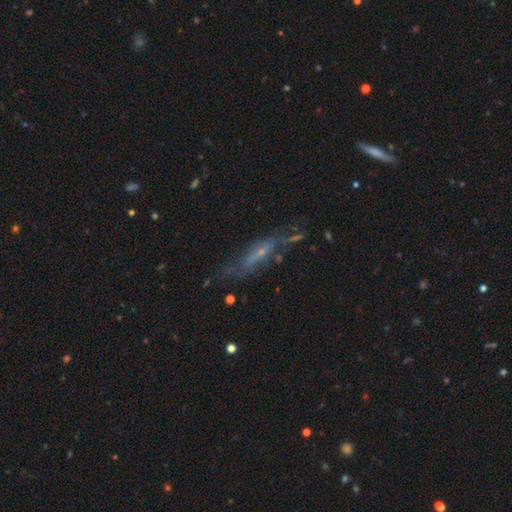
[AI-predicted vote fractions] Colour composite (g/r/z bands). It shows a featured or disk galaxy (57%) viewed edge-on (51%). Merging: none (62%).